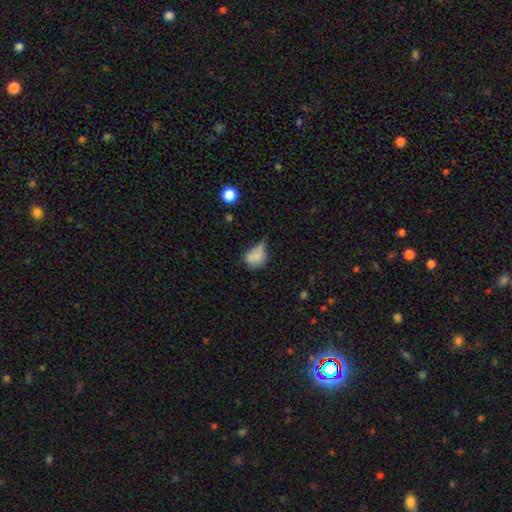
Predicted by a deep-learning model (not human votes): A smooth galaxy with no disk features (74%) that is in between round and cigar-shaped (60%).

Vote fractions:
- Smooth or featured? smooth: 74% / featured or disk: 14% / star or artifact: 12%
- How rounded? in between: 60% / round: 38% / cigar-shaped: 2%
- Merging? minor disturbance: 40% / none: 26% / major disturbance: 24% / merger: 9%